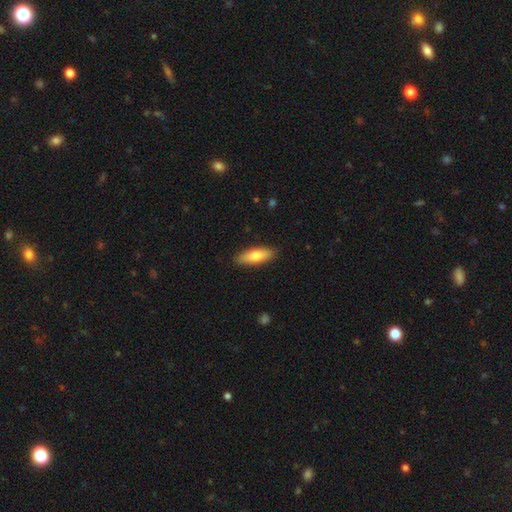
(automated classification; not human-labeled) smooth-or-featured: smooth: 74% | featured or disk: 21% | star or artifact: 6%
  how-rounded: in between: 60% | cigar-shaped: 38% | round: 2%
  merging: none: 88% | minor disturbance: 9% | major disturbance: 2% | merger: 1%